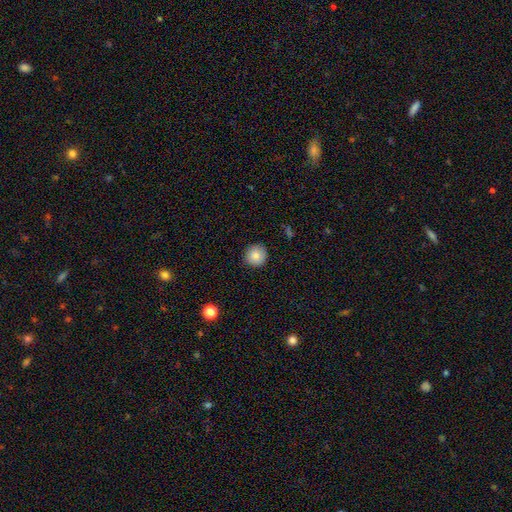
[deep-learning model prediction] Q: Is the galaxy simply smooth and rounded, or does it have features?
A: smooth — 84%.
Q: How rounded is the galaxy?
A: round — 94%.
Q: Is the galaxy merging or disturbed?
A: none — 90%.